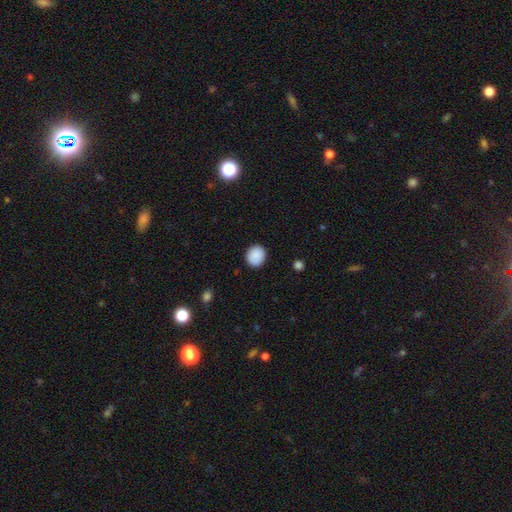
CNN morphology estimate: smooth 89%, star or artifact 8%, featured or disk 3%. Down the decision tree: how rounded — round (81%); merging — none (89%).